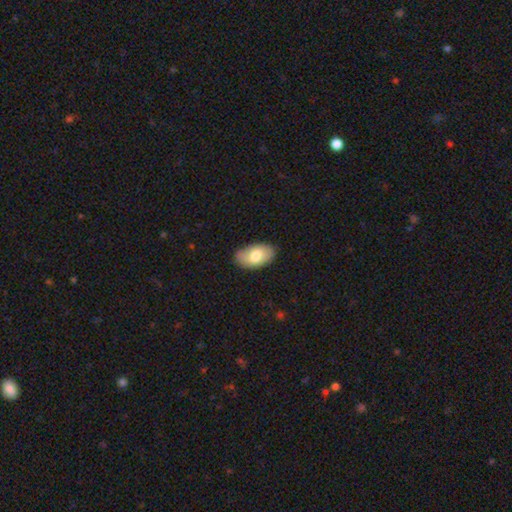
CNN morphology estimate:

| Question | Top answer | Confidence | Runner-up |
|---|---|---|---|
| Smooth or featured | smooth | 77% | featured or disk (16%) |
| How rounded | in between | 94% | round (4%) |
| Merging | none | 82% | minor disturbance (15%) |